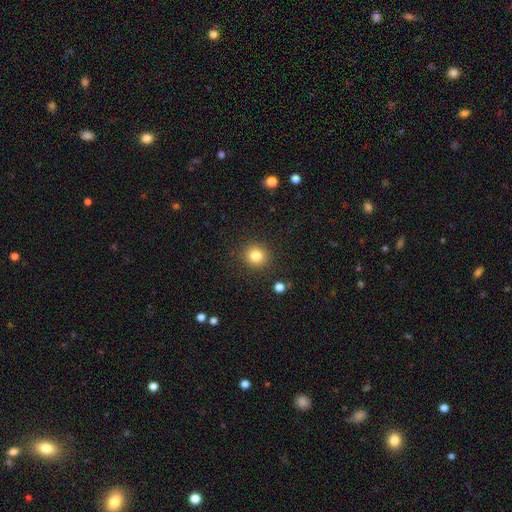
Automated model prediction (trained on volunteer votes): Morphology: type=smooth (82%); roundness=round (91%); merging=none (90%).